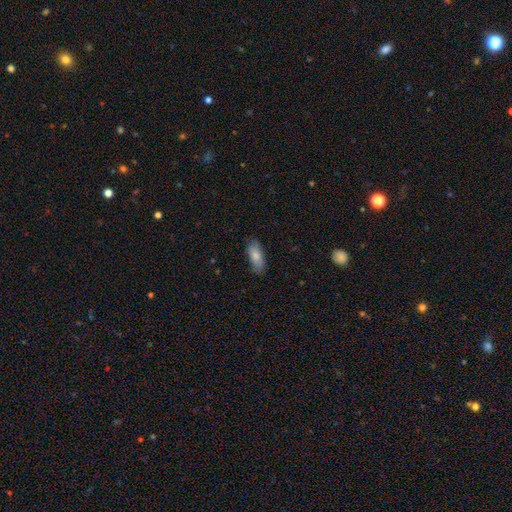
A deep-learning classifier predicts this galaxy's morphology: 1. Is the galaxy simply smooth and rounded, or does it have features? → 81% smooth, 13% featured or disk, 6% star or artifact.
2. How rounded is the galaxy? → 77% in between, 21% cigar-shaped, 2% round.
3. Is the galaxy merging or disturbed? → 80% none, 16% minor disturbance, 3% major disturbance, 1% merger.